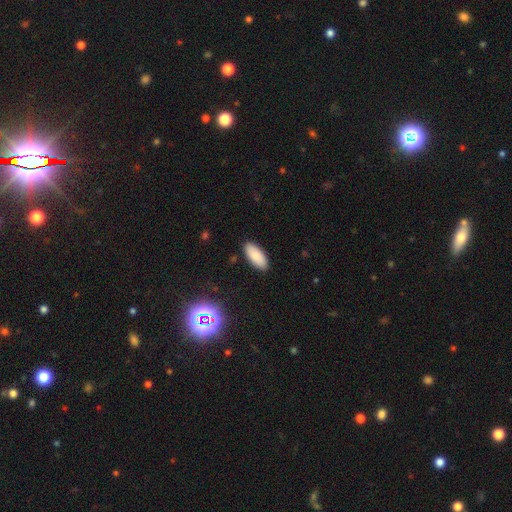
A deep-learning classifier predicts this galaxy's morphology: smooth_or_featured: smooth (p=0.86) [alt: star or artifact p=0.08]
how_rounded: in between (p=0.86) [alt: cigar-shaped p=0.12]
merging: none (p=0.89) [alt: minor disturbance p=0.08]